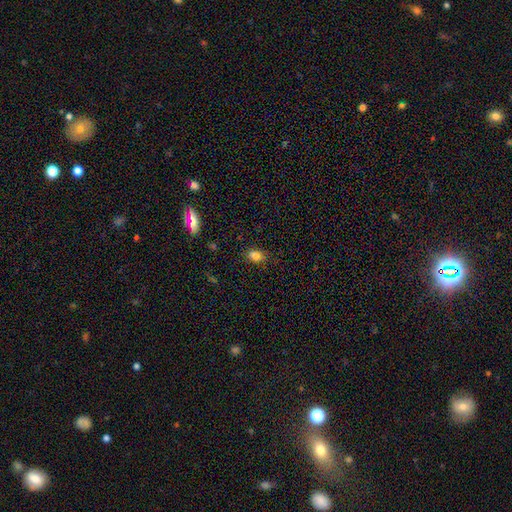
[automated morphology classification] smooth_or_featured: smooth (p=0.80) [alt: star or artifact p=0.14]
how_rounded: in between (p=0.76) [alt: round p=0.22]
merging: none (p=0.75) [alt: minor disturbance p=0.18]